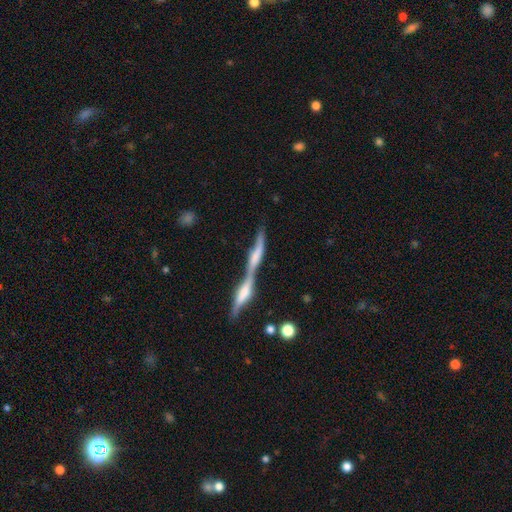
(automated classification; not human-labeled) Overall: featured or disk (58%; smooth 33%). Edge-on disk: yes (77%). Merging: merger (72%).